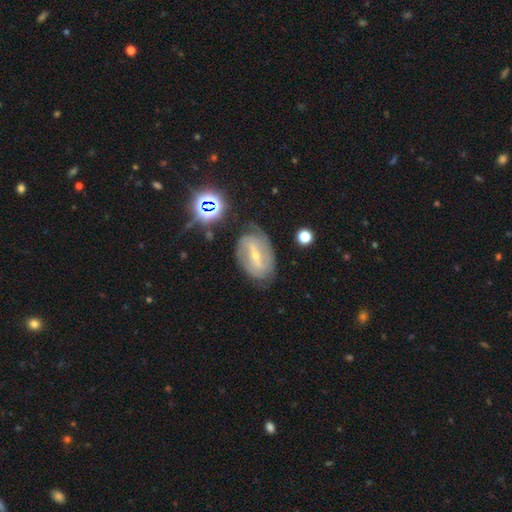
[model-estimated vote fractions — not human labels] featured or disk 78%, smooth 13%, star or artifact 9%. Down the decision tree: edge-on disk — no (94%); bar — strong (55%); spiral arms — yes (85%); spiral arm count — 2 (64%); spiral winding — tight (46%); bulge size — small (65%); merging — none (69%).